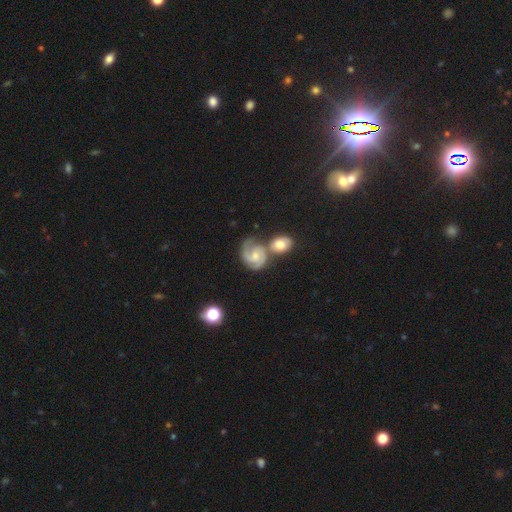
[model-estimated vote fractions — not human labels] Morphology: type=featured or disk (84%); edge-on=no (98%); bar=no (52%); spiral arms=yes (97%); winding=medium (48%); arm count=2 (82%); bulge=small (49%); merging=none (48%).